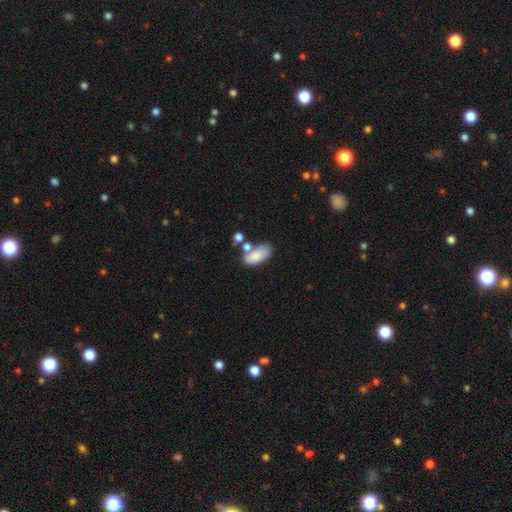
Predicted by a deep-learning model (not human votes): This is likely a smooth galaxy (79%). How rounded: clearly in between (90%). Merging: possibly none (48%).